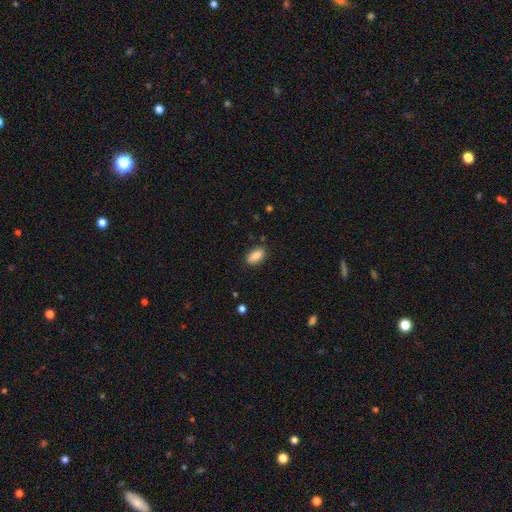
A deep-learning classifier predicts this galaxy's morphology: The model was most divided on "merging": none: 86%, minor disturbance: 10%, major disturbance: 2%, merger: 1%. More confident: how rounded — in between (90%); smooth or featured — smooth (88%).